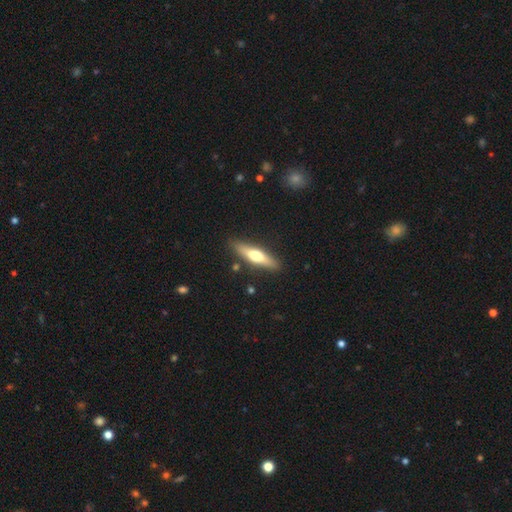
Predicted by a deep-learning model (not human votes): smooth_or_featured: smooth (p=0.50) [alt: featured or disk p=0.45]
merging: none (p=0.87) [alt: minor disturbance p=0.09]